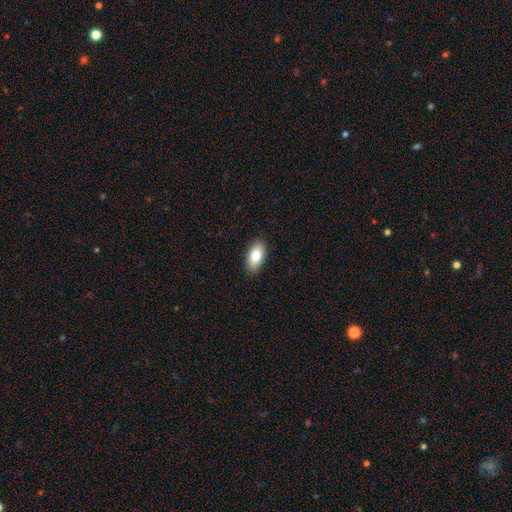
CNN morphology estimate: type=smooth (84%); roundness=in between (94%); merging=none (89%).